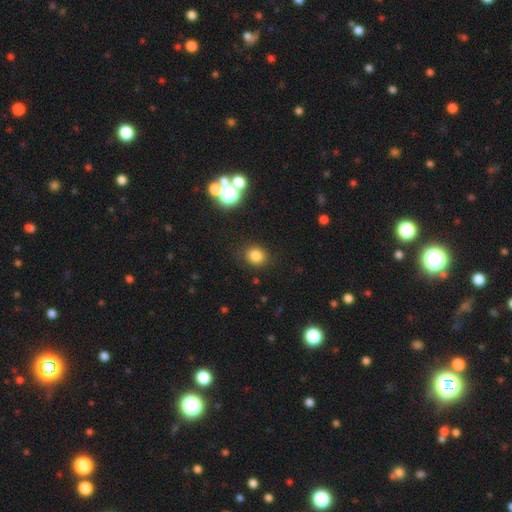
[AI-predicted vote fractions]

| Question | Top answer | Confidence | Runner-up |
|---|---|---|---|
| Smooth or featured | smooth | 80% | star or artifact (15%) |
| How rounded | round | 77% | in between (22%) |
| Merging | none | 88% | minor disturbance (8%) |